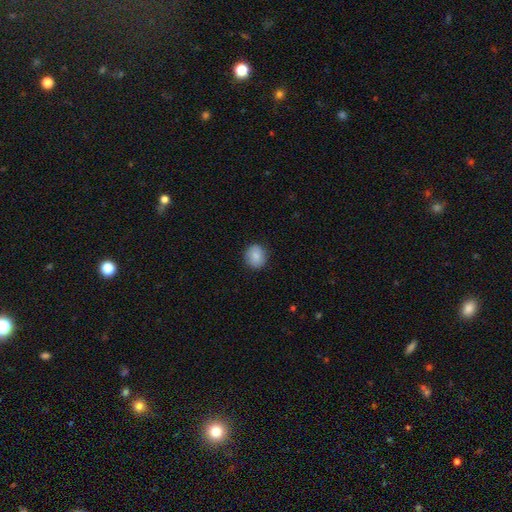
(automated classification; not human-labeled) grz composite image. It shows a smooth galaxy with no disk features (86%) that is round (78%). Merging: none (87%).